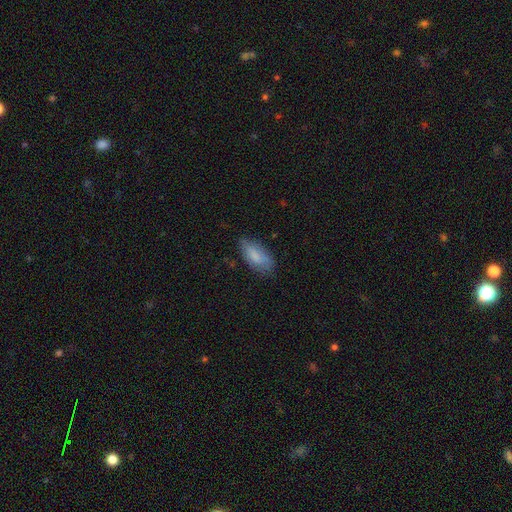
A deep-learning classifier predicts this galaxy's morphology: Overall: smooth (79%). How rounded: in between (87%). Merging: none (66%; minor disturbance 26%).